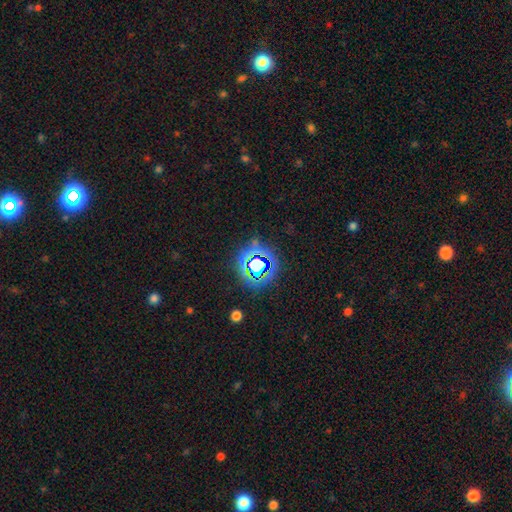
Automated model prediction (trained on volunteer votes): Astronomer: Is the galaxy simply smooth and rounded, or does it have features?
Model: star or artifact — 78%.